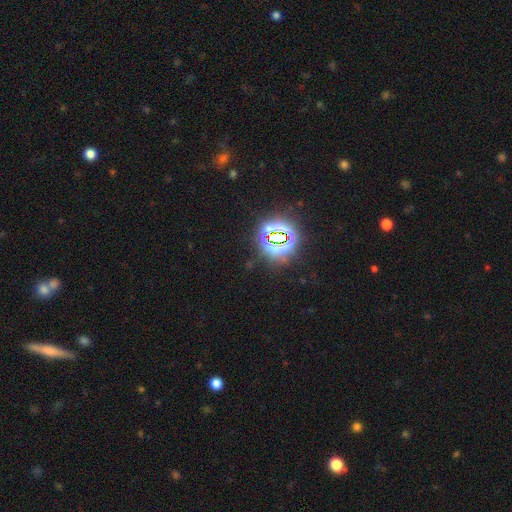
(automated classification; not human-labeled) Q: Smooth or featured?
A: star or artifact (75%); runner-up: smooth (18%)